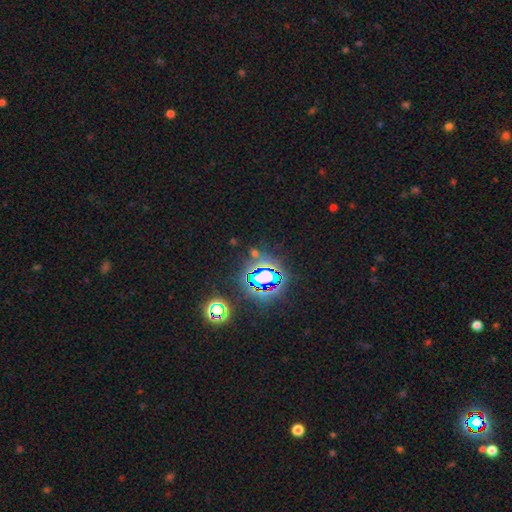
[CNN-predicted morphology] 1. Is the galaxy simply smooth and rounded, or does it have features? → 78% star or artifact, 13% smooth, 9% featured or disk.